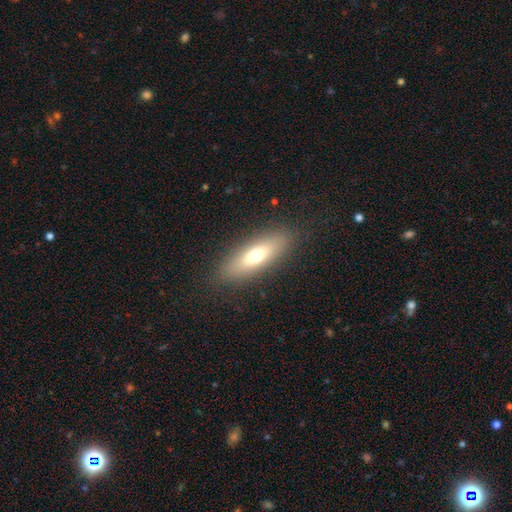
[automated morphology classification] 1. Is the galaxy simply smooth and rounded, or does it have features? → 66% smooth, 26% featured or disk, 8% star or artifact.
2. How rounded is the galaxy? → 49% in between, 48% cigar-shaped, 3% round.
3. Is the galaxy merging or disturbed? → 87% none, 9% minor disturbance, 3% major disturbance, 1% merger.